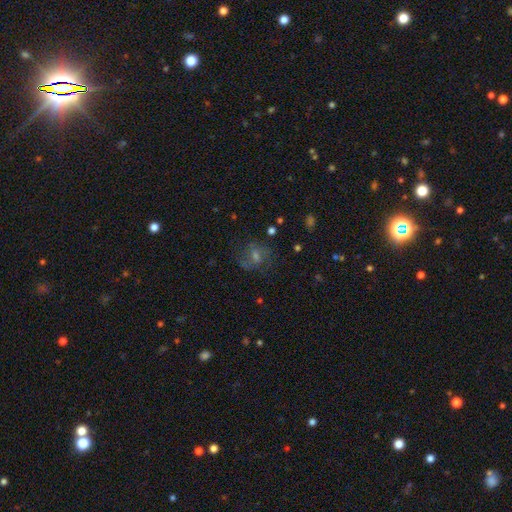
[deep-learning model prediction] Morphology: type=featured or disk (46%); merging=none (67%).